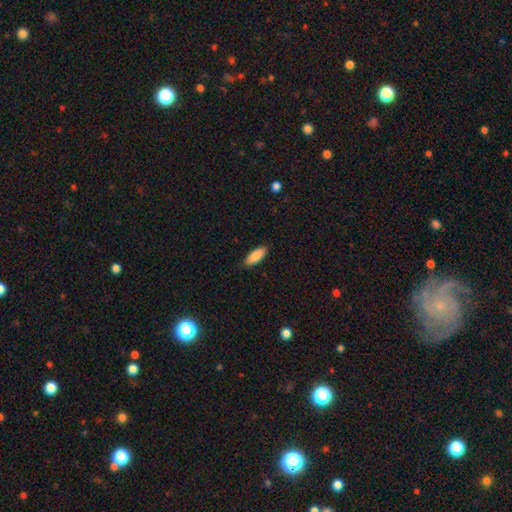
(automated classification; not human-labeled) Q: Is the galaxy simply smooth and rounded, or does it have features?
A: smooth — 87%.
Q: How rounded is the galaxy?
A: in between — 75%.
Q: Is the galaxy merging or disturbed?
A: none — 85%.